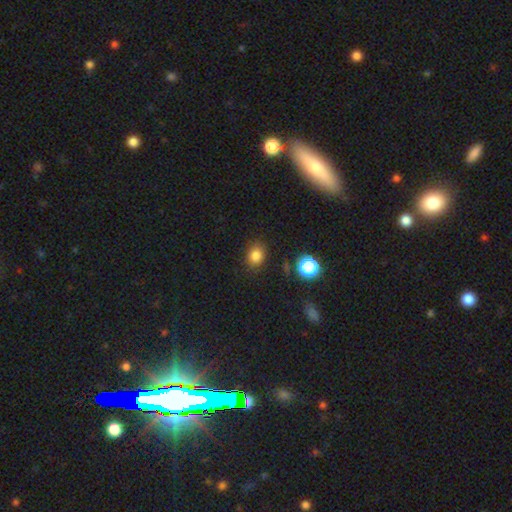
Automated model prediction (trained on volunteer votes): The model was most divided on "how rounded": round: 53%, in between: 46%, cigar-shaped: 1%. More confident: merging — none (84%); smooth or featured — smooth (81%).